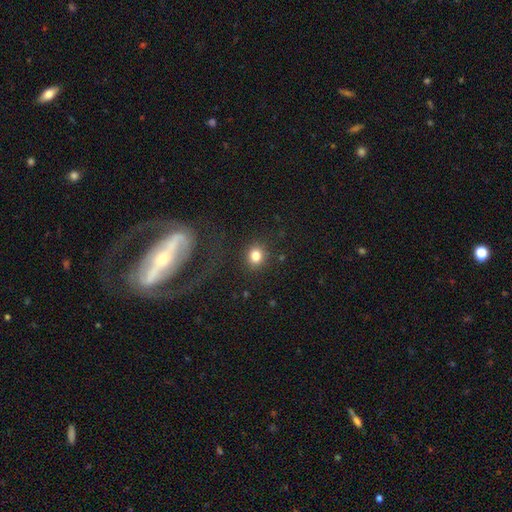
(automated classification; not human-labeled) Smooth or featured: smooth — 83% (star or artifact — 11%)
How rounded: round — 75% (in between — 24%)
Merging: none — 85% (minor disturbance — 8%)